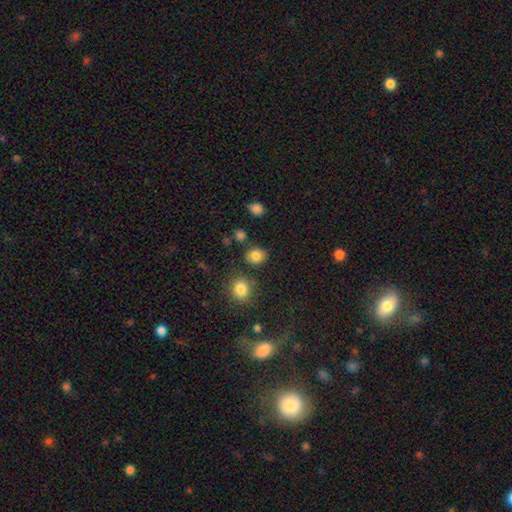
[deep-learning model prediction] smooth 82%, star or artifact 12%, featured or disk 6%. Down the decision tree: how rounded — round (69%); merging — none (80%).